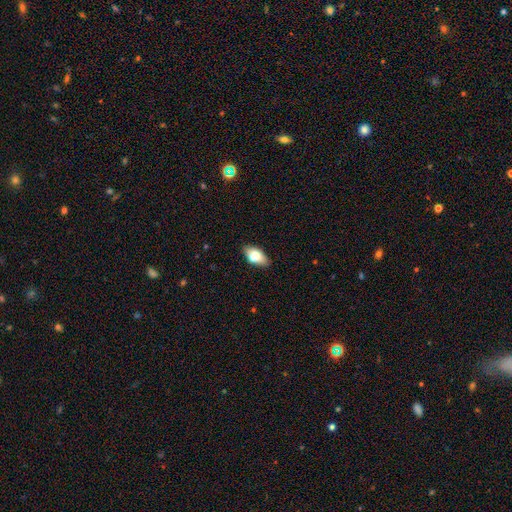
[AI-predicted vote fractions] This is likely a smooth galaxy (69%). How rounded: clearly in between (88%). Merging: likely none (78%).